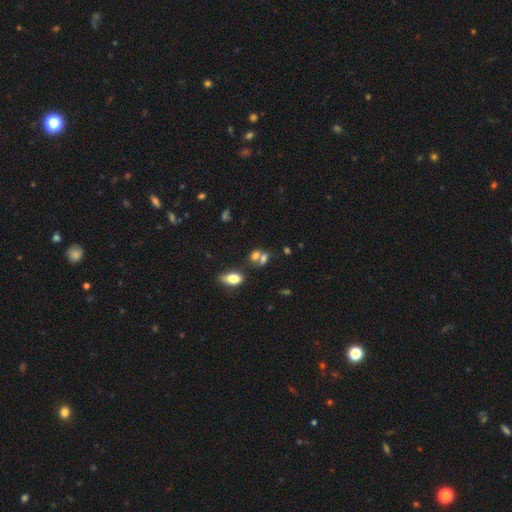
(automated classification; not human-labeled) smooth 70%, star or artifact 16%, featured or disk 15%. Down the decision tree: how rounded — in between (62%); merging — merger (47%).